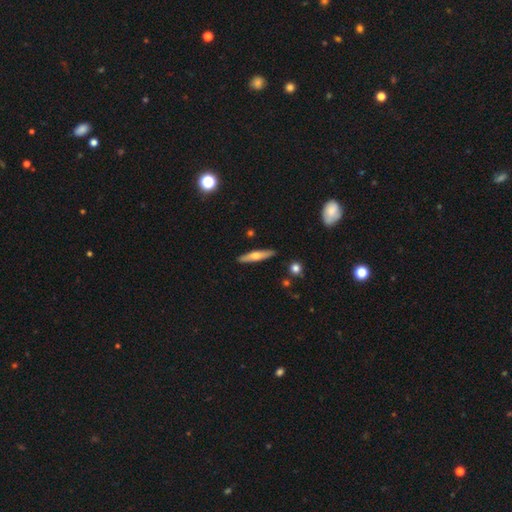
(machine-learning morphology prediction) This is possibly a smooth galaxy (51%). How rounded: clearly cigar-shaped (86%). Merging: clearly none (90%).